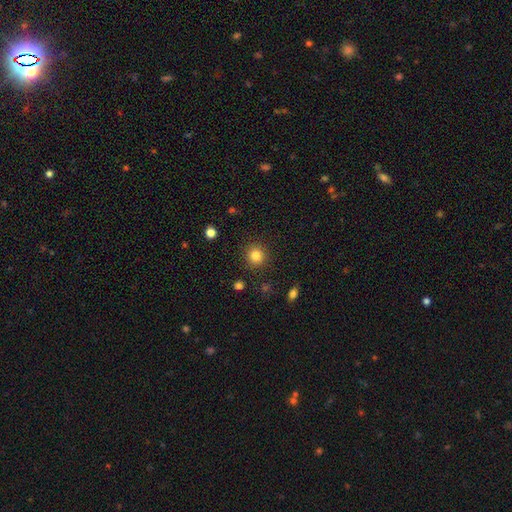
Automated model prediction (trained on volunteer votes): A smooth galaxy with no disk features (83%) that is round (92%).

Vote fractions:
- Smooth or featured? smooth: 83% / star or artifact: 12% / featured or disk: 5%
- How rounded? round: 92% / in between: 7% / cigar-shaped: 1%
- Merging? none: 90% / minor disturbance: 6% / major disturbance: 3% / merger: 1%